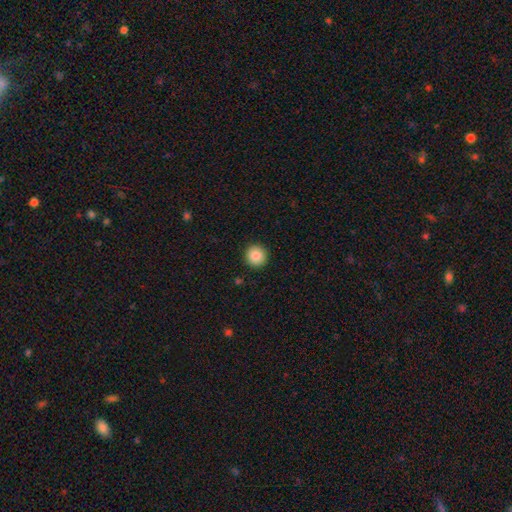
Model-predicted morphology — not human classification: Overall: smooth (87%). How rounded: round (95%). Merging: none (93%).